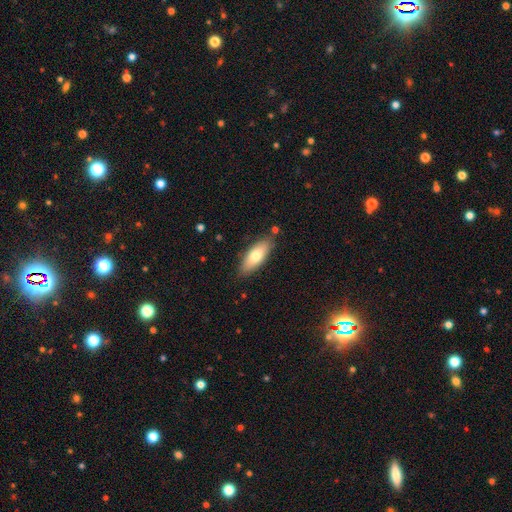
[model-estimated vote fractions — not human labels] Overall: smooth (72%). How rounded: in between (71%). Merging: none (82%).